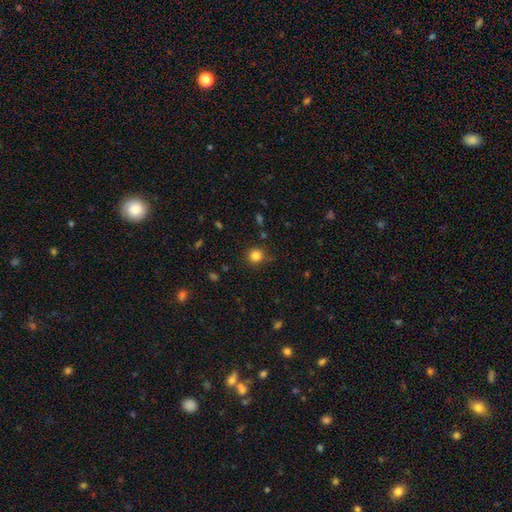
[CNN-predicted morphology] Smooth or featured? Predicted: smooth (p=0.82). How rounded? Predicted: round (p=0.92). Merging? Predicted: none (p=0.87).